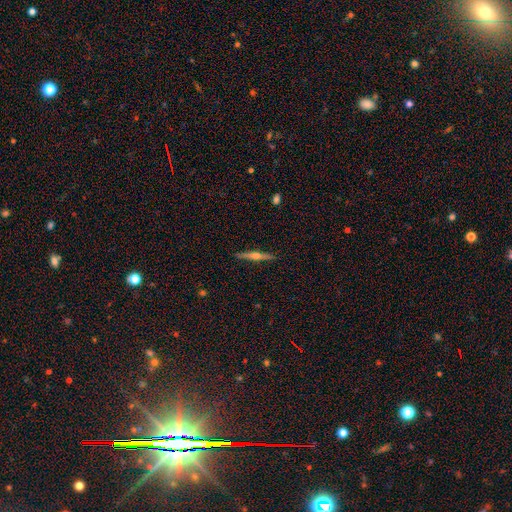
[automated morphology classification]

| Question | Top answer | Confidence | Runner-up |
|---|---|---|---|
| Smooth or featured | featured or disk | 74% | smooth (20%) |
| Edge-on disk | yes | 98% | no (2%) |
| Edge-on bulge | rounded | 91% | none (5%) |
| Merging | none | 91% | minor disturbance (7%) |